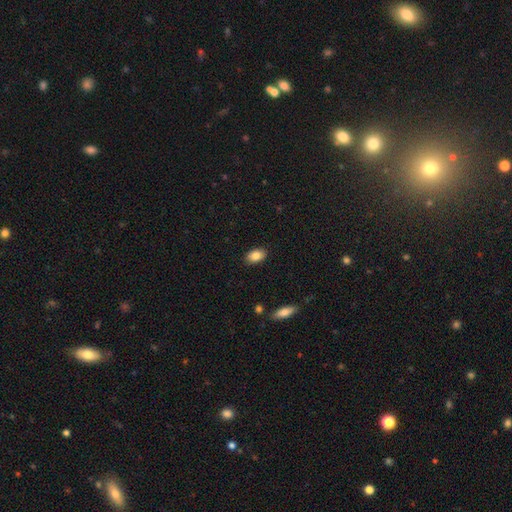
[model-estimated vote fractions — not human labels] smooth-or-featured: smooth: 86% | star or artifact: 8% | featured or disk: 7%
  how-rounded: in between: 90% | round: 8% | cigar-shaped: 2%
  merging: none: 88% | minor disturbance: 9% | major disturbance: 2% | merger: 1%